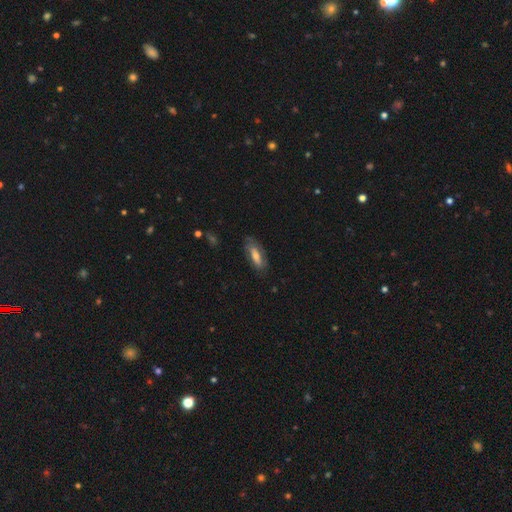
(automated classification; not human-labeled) smooth-or-featured: smooth: 54% | featured or disk: 38% | star or artifact: 7%
  how-rounded: in between: 59% | cigar-shaped: 38% | round: 2%
  merging: none: 74% | minor disturbance: 19% | major disturbance: 6% | merger: 1%